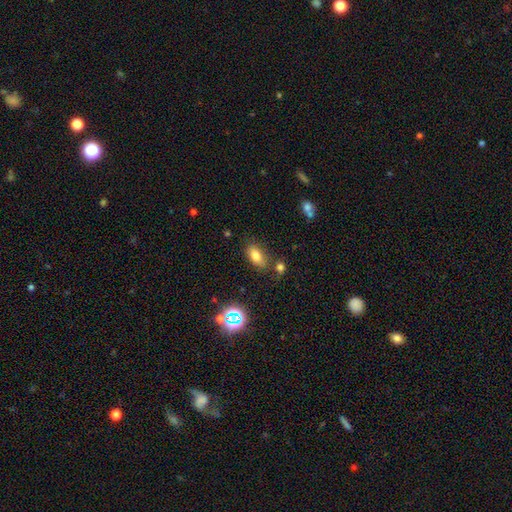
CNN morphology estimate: A smooth galaxy with no disk features (76%) that is in between round and cigar-shaped (86%).

Vote fractions:
- Smooth or featured? smooth: 76% / star or artifact: 13% / featured or disk: 11%
- How rounded? in between: 86% / round: 7% / cigar-shaped: 7%
- Merging? none: 75% / minor disturbance: 14% / merger: 7% / major disturbance: 4%